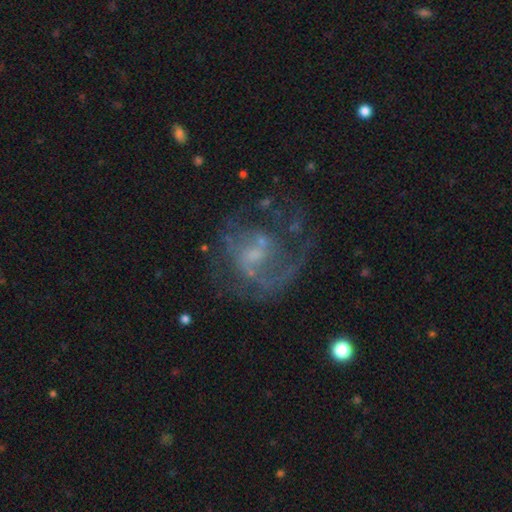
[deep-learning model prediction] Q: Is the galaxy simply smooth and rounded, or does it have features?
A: featured or disk — 74%.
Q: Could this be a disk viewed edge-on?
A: no — 98%.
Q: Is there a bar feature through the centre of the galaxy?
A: no — 57%.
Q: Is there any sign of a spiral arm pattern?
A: yes — 74%.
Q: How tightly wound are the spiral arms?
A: medium — 42%.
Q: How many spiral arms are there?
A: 1 — 38%.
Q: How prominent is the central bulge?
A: small — 48%.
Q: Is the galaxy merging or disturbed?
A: none — 49%.